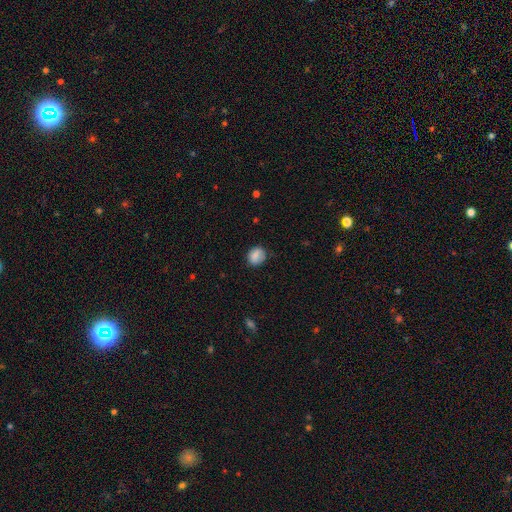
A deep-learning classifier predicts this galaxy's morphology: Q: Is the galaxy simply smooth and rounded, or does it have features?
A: smooth — 83%.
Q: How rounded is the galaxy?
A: round — 60%.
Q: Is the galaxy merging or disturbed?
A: none — 76%.